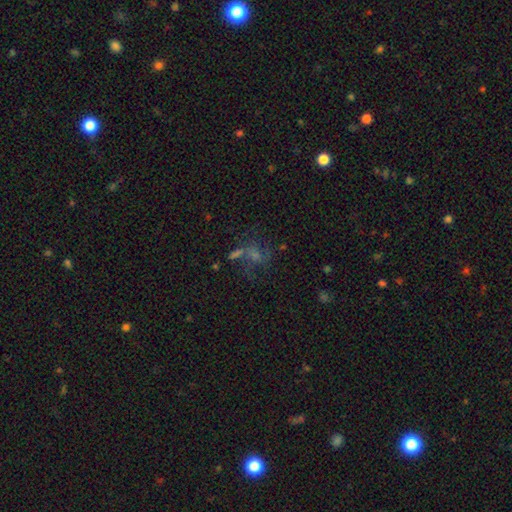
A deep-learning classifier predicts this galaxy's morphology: A featured or disk galaxy (42%). Merging: none (41%).